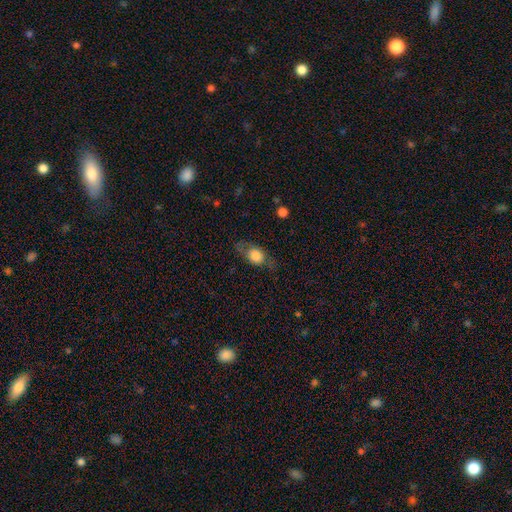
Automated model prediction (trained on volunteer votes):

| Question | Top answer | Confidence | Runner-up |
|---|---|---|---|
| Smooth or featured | smooth | 65% | featured or disk (27%) |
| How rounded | in between | 60% | round (33%) |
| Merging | none | 67% | minor disturbance (21%) |